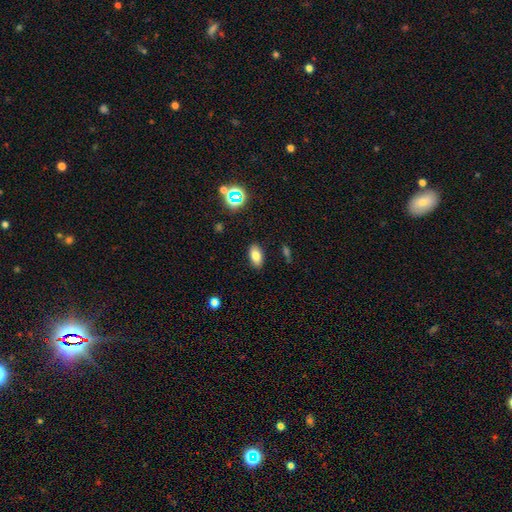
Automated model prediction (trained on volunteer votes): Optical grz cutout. It shows a smooth galaxy with no disk features (78%) that is in between round and cigar-shaped (91%). Merging: none (87%).